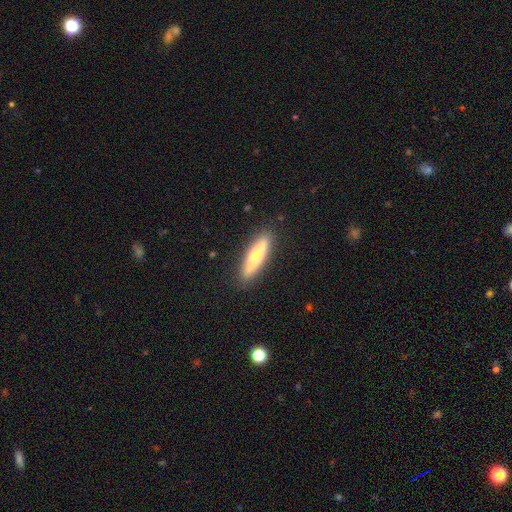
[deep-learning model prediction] This appears to be a smooth galaxy with no disk features (50%) that is cigar-shaped (77%). Merging: none (89%).